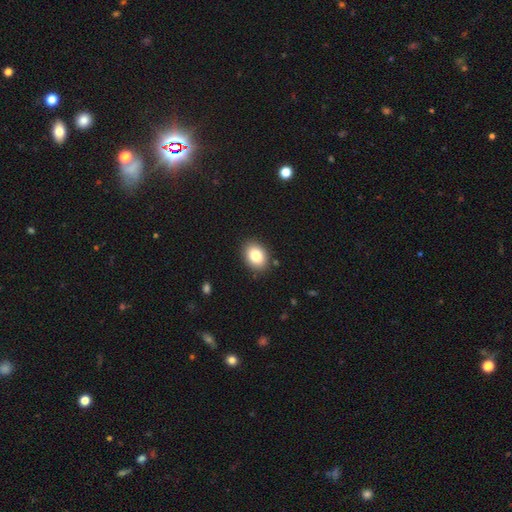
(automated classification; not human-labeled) Overall: smooth (82%). How rounded: in between (67%; round 33%). Merging: none (88%).